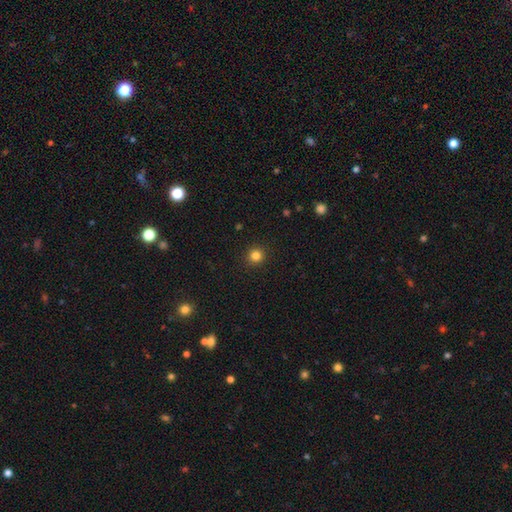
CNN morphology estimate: smooth_or_featured: smooth (p=0.83) [alt: star or artifact p=0.13]
how_rounded: round (p=0.93) [alt: in between p=0.06]
merging: none (p=0.92) [alt: minor disturbance p=0.05]